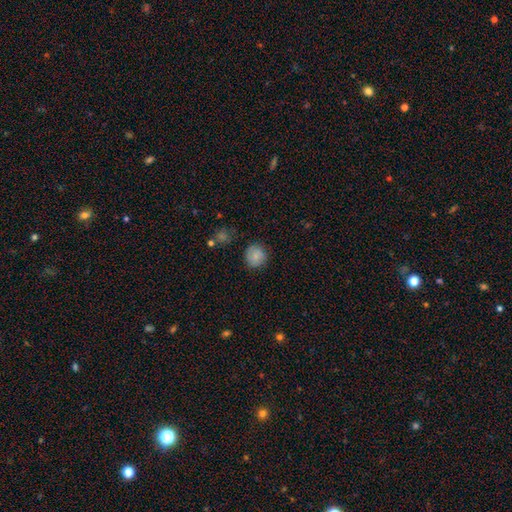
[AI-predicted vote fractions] Morphology: type=smooth (81%); roundness=round (86%); merging=none (82%).